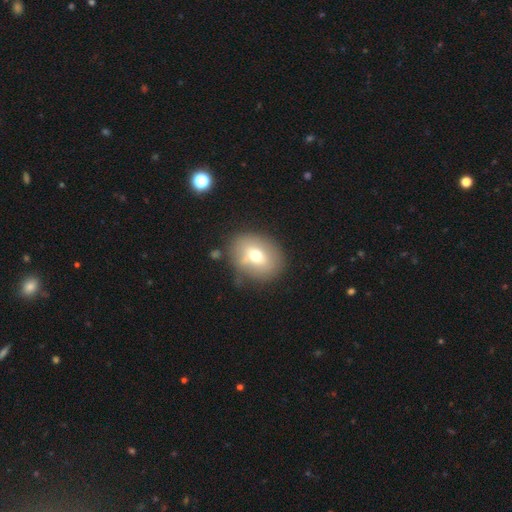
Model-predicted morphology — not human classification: The model was most divided on "how rounded": round: 51%, in between: 48%, cigar-shaped: 1%. More confident: merging — none (73%); smooth or featured — smooth (65%).